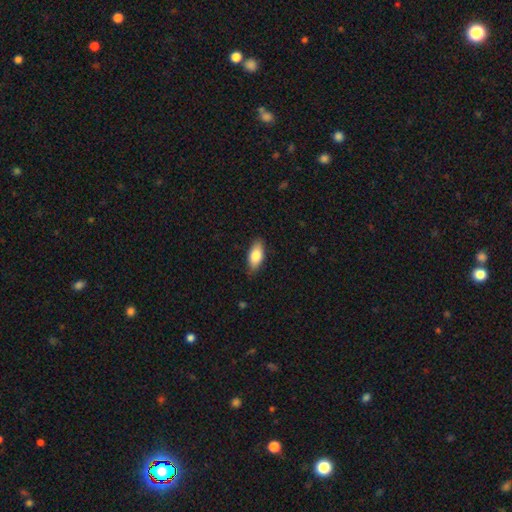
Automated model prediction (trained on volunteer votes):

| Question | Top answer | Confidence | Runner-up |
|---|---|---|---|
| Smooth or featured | smooth | 81% | featured or disk (13%) |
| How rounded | in between | 88% | cigar-shaped (10%) |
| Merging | none | 84% | minor disturbance (13%) |